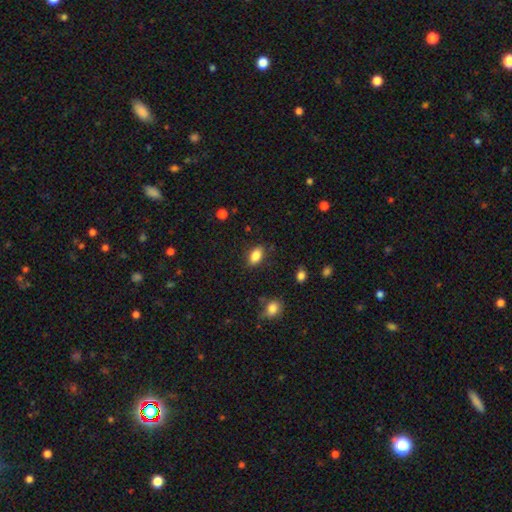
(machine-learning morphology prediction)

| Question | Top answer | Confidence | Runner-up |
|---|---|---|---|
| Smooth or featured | smooth | 86% | star or artifact (9%) |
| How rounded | in between | 89% | round (8%) |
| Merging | none | 83% | minor disturbance (12%) |